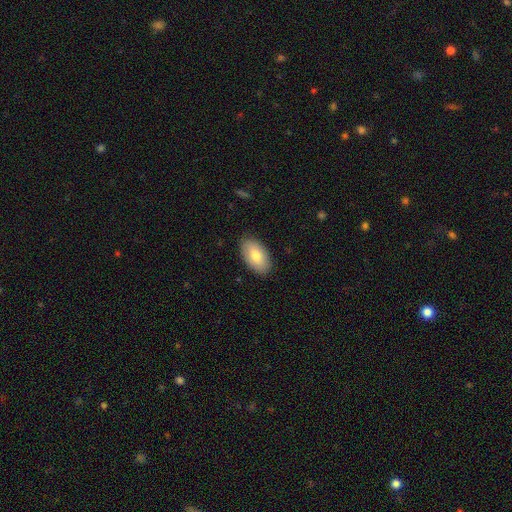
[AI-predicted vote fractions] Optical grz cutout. It shows a smooth galaxy with no disk features (77%) that is in between round and cigar-shaped (95%). Merging: none (87%).